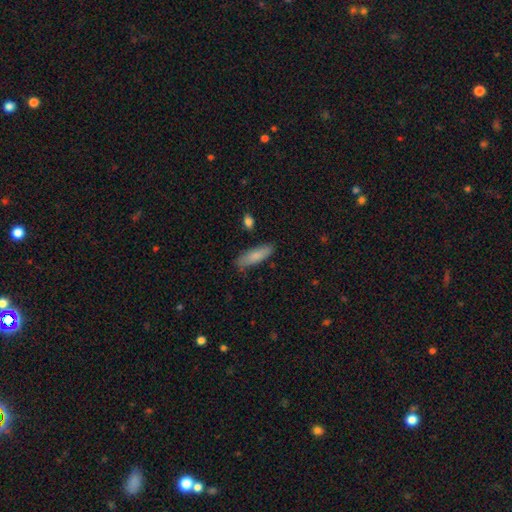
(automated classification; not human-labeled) Smooth or featured? smooth (82%)
How rounded? cigar-shaped (55%)
Merging? none (82%)